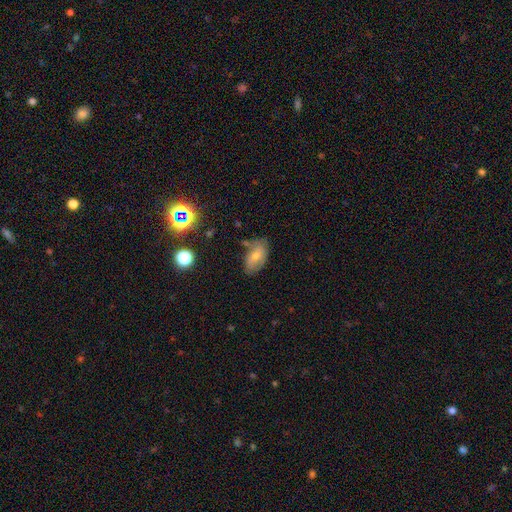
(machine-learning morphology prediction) smooth 51%, featured or disk 33%, star or artifact 15%. Down the decision tree: how rounded — in between (89%); merging — none (65%).